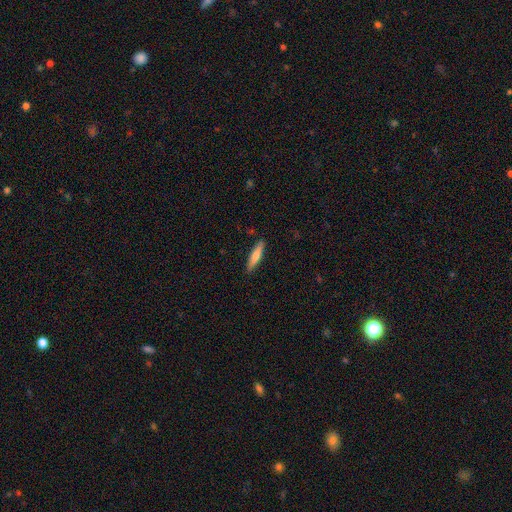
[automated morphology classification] This appears to be a smooth galaxy with no disk features (65%) that is cigar-shaped (81%). Merging: none (89%).